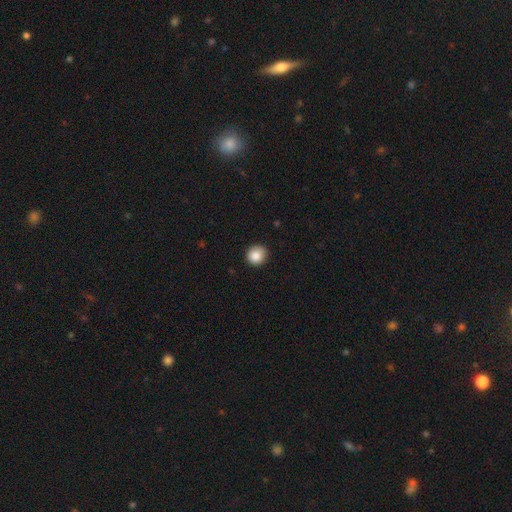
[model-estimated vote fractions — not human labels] A smooth galaxy with no disk features (87%) that is round (90%). Merging: none (86%).